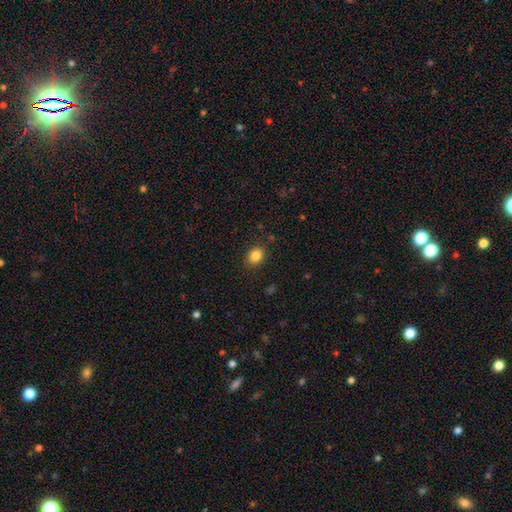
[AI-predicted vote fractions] smooth-or-featured: smooth: 85% | star or artifact: 10% | featured or disk: 5%
  how-rounded: in between: 54% | round: 45% | cigar-shaped: 1%
  merging: none: 87% | minor disturbance: 9% | major disturbance: 3% | merger: 1%